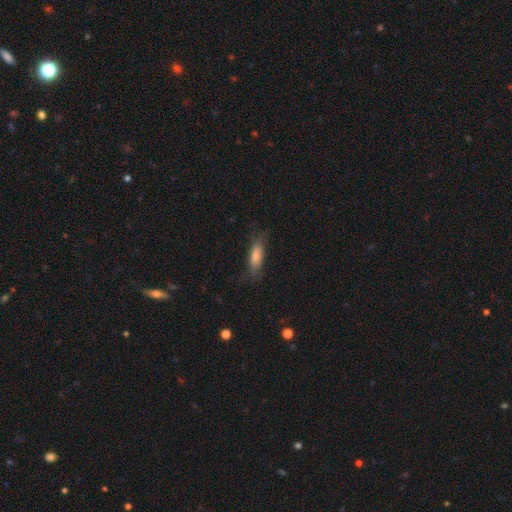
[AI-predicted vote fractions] Smooth or featured? Predicted: smooth (p=0.70). How rounded? Predicted: cigar-shaped (p=0.55). Merging? Predicted: none (p=0.75).